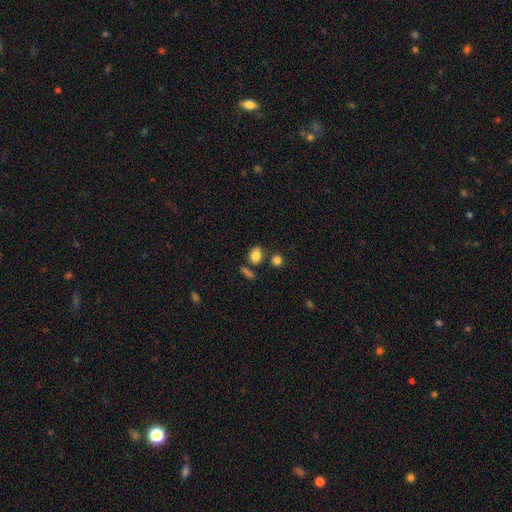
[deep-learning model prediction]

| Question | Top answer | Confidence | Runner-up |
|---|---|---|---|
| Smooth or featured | smooth | 82% | star or artifact (10%) |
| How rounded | in between | 60% | round (38%) |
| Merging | none | 71% | minor disturbance (13%) |